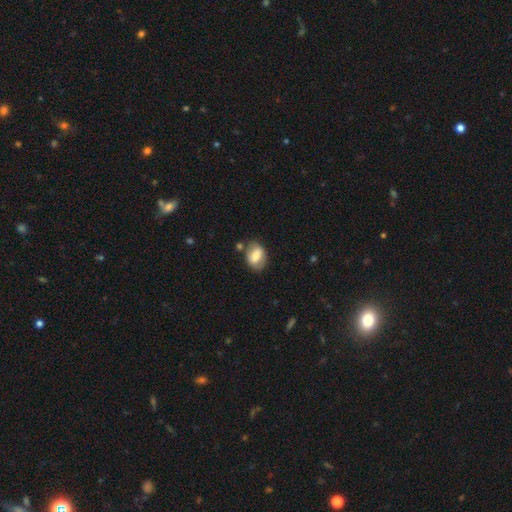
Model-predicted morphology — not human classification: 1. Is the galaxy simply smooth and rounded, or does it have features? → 68% smooth, 25% featured or disk, 8% star or artifact.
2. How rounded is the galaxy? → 76% in between, 23% round, 2% cigar-shaped.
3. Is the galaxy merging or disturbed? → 66% none, 20% minor disturbance, 7% merger, 7% major disturbance.